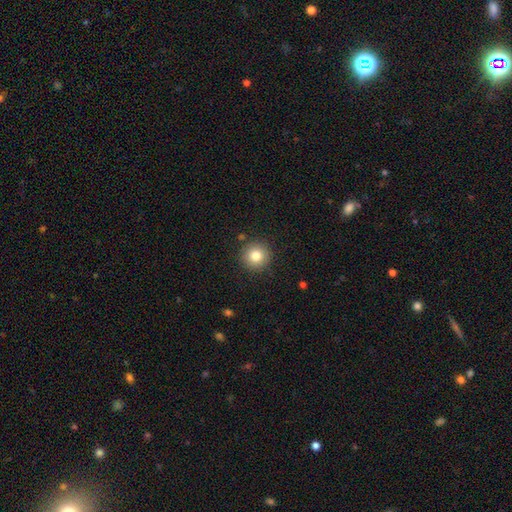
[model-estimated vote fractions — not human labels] A smooth galaxy with no disk features (80%) that is round (95%).

Vote fractions:
- Smooth or featured? smooth: 80% / star or artifact: 11% / featured or disk: 9%
- How rounded? round: 95% / in between: 4% / cigar-shaped: 1%
- Merging? none: 90% / minor disturbance: 7% / major disturbance: 2% / merger: 2%